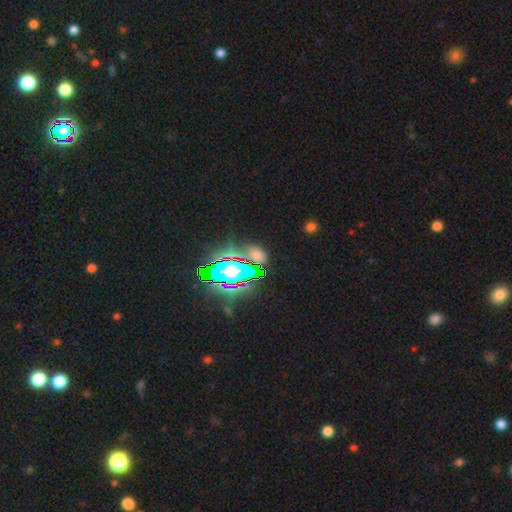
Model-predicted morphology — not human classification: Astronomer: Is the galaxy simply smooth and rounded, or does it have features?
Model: star or artifact — 59%.